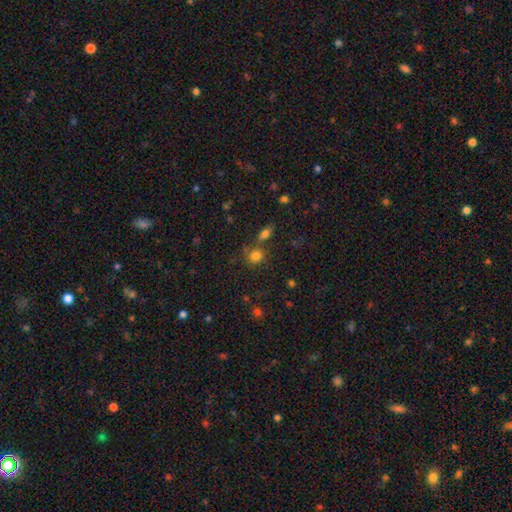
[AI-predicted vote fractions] Morphology: type=smooth (79%); roundness=round (80%); merging=none (61%).